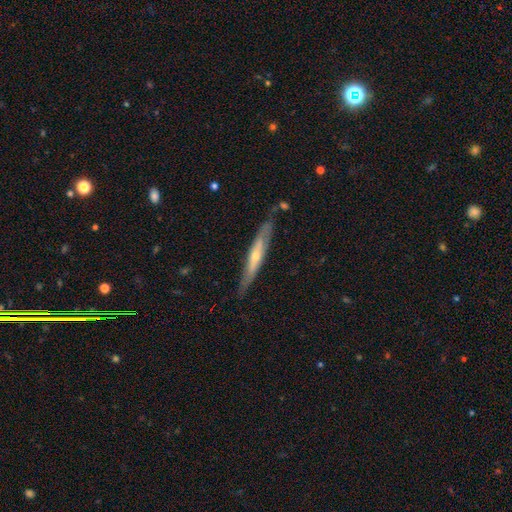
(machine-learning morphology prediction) Smooth or featured?
  - featured or disk: 65% *
  - smooth: 29%
  - star or artifact: 6%
Edge-on disk?
  - yes: 80% *
  - no: 20%
Edge-on bulge?
  - rounded: 68% *
  - none: 28%
  - boxy: 4%
Merging?
  - none: 77% *
  - minor disturbance: 17%
  - major disturbance: 4%
  - merger: 2%